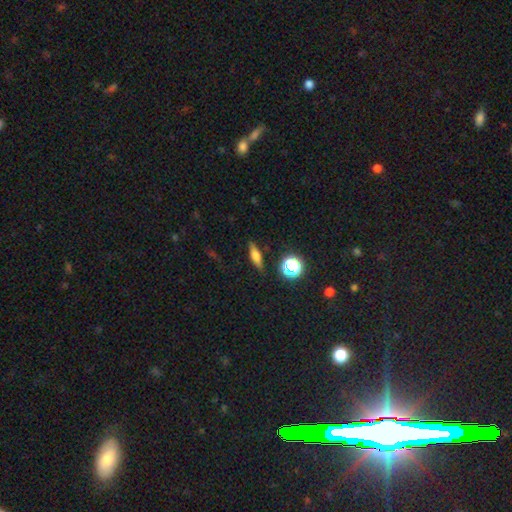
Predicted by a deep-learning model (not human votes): A smooth galaxy with no disk features (57%) that is cigar-shaped (50%).

Vote fractions:
- Smooth or featured? smooth: 57% / featured or disk: 30% / star or artifact: 13%
- How rounded? cigar-shaped: 50% / in between: 39% / round: 11%
- Merging? none: 85% / minor disturbance: 10% / major disturbance: 3% / merger: 2%